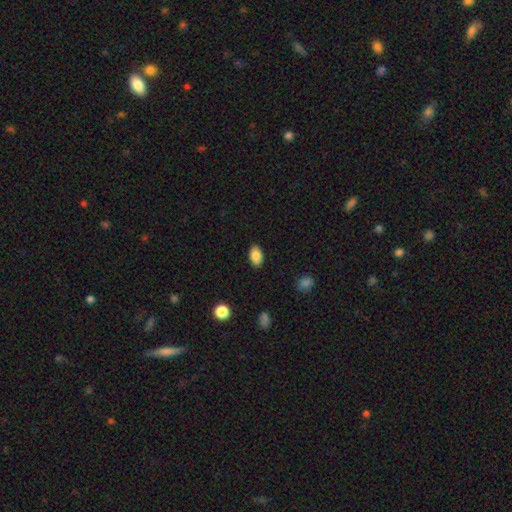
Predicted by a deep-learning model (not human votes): smooth_or_featured: smooth (p=0.86) [alt: star or artifact p=0.08]
how_rounded: in between (p=0.92) [alt: round p=0.06]
merging: none (p=0.88) [alt: minor disturbance p=0.09]